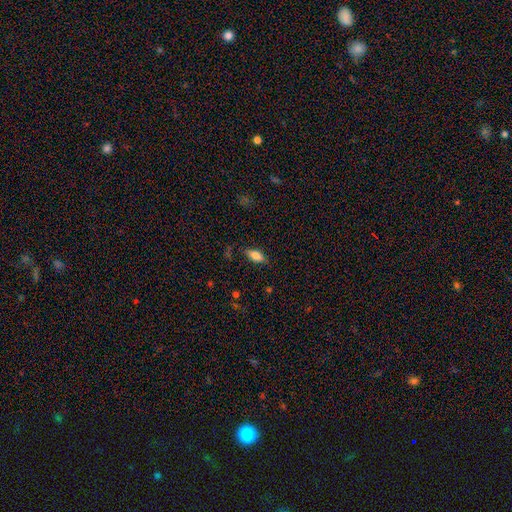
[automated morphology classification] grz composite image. It shows a smooth galaxy with no disk features (78%) that is in between round and cigar-shaped (84%). Merging: none (82%).